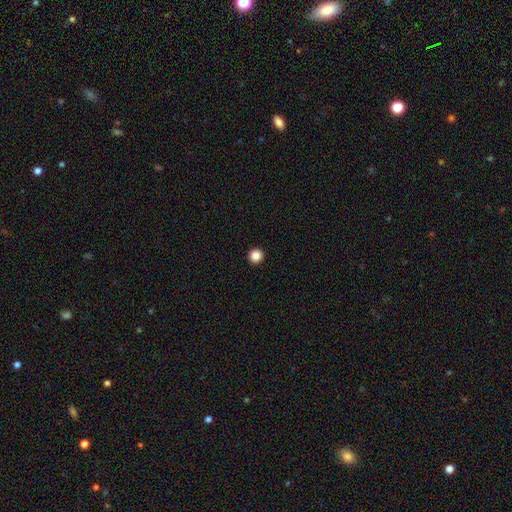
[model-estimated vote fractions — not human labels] A smooth galaxy with no disk features (86%) that is round (96%). Merging: none (95%).